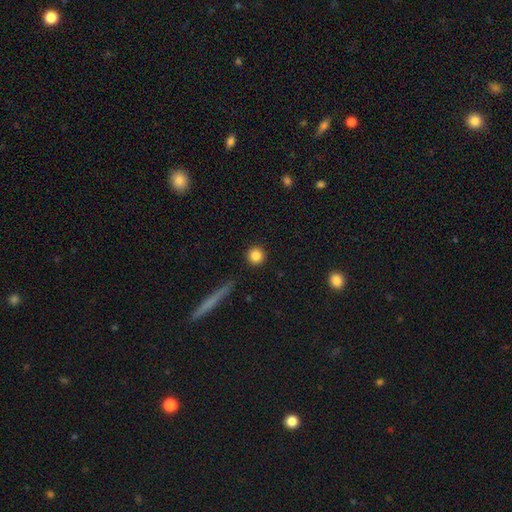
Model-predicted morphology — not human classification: Smooth or featured: smooth — 84% (star or artifact — 10%)
How rounded: round — 95% (in between — 3%)
Merging: none — 91% (minor disturbance — 5%)